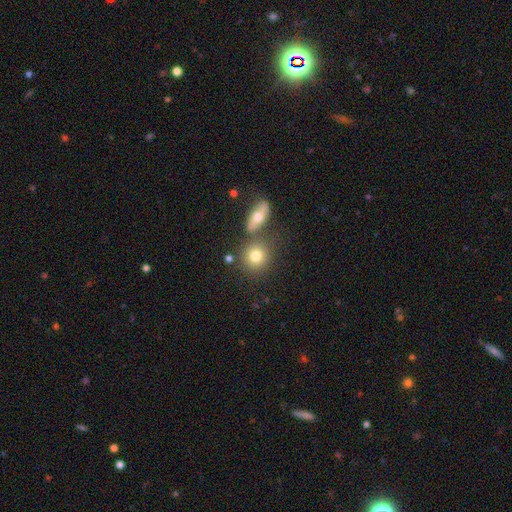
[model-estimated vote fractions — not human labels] smooth 77%, featured or disk 13%, star or artifact 10%. Down the decision tree: how rounded — round (82%); merging — none (68%).